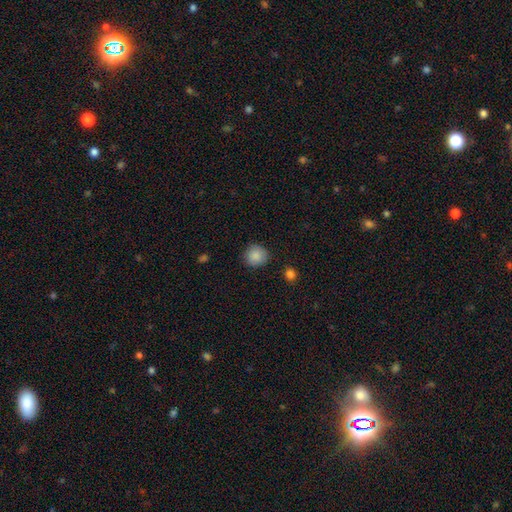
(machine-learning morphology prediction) A smooth galaxy with no disk features (88%) that is round (91%).

Vote fractions:
- Smooth or featured? smooth: 88% / star or artifact: 8% / featured or disk: 4%
- How rounded? round: 91% / in between: 8% / cigar-shaped: 1%
- Merging? none: 87% / minor disturbance: 9% / major disturbance: 2% / merger: 2%